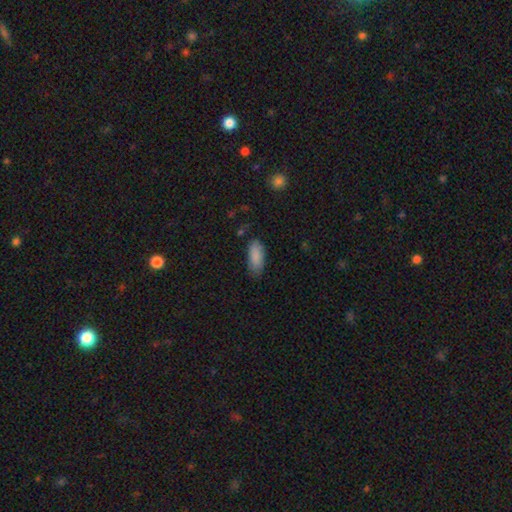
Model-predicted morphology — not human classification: type=smooth (88%); roundness=in between (84%); merging=none (74%).